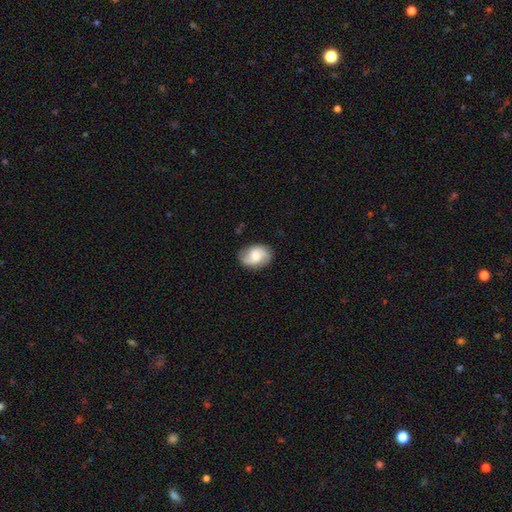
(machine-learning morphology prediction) The model was most divided on "spiral winding": medium: 43%, loose: 36%, tight: 21%. Remaining: edge-on disk — no (97%); spiral arms — yes (92%); merging — none (81%); spiral arm count — 2 (80%); smooth or featured — featured or disk (59%); bar — no (53%); bulge size — moderate (50%).